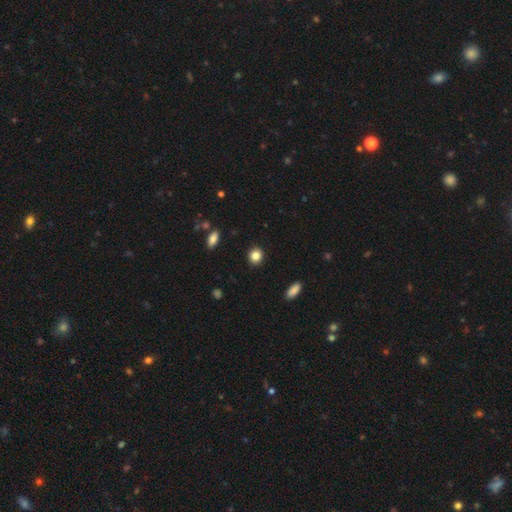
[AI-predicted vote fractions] Q: Smooth or featured?
A: smooth (85%); runner-up: star or artifact (10%)
Q: How rounded?
A: round (83%); runner-up: in between (15%)
Q: Merging?
A: none (91%); runner-up: minor disturbance (6%)